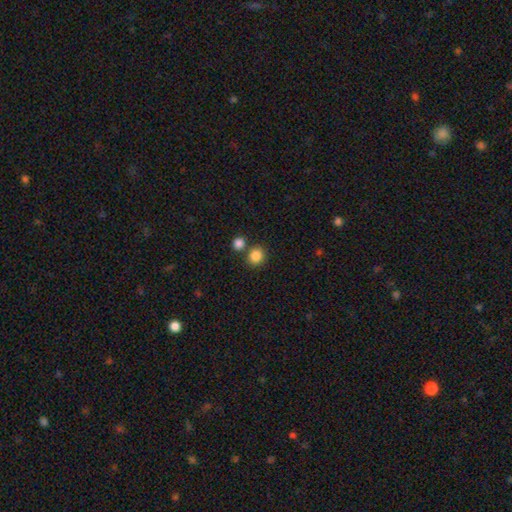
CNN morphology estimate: Q: Smooth or featured?
A: smooth (86%); runner-up: star or artifact (10%)
Q: How rounded?
A: round (80%); runner-up: in between (19%)
Q: Merging?
A: none (70%); runner-up: merger (19%)